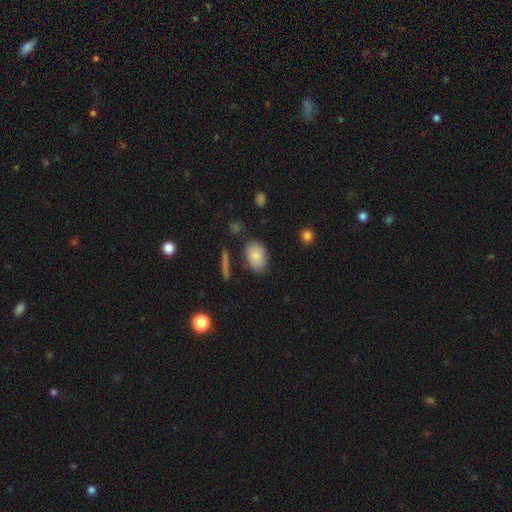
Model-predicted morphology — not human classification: A smooth galaxy with no disk features (83%) that is in between round and cigar-shaped (83%). Merging: none (74%).